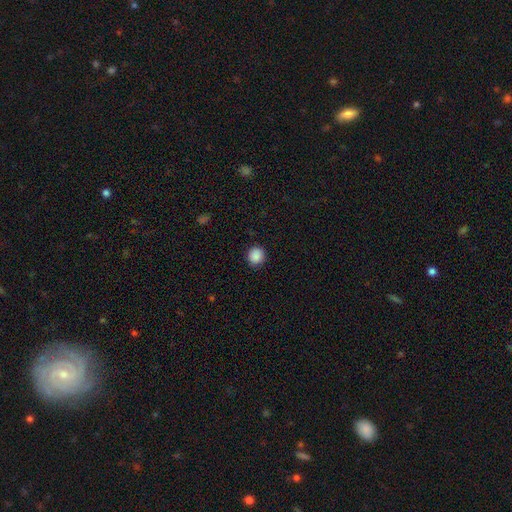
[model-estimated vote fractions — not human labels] Morphology: type=smooth (88%); roundness=round (91%); merging=none (90%).